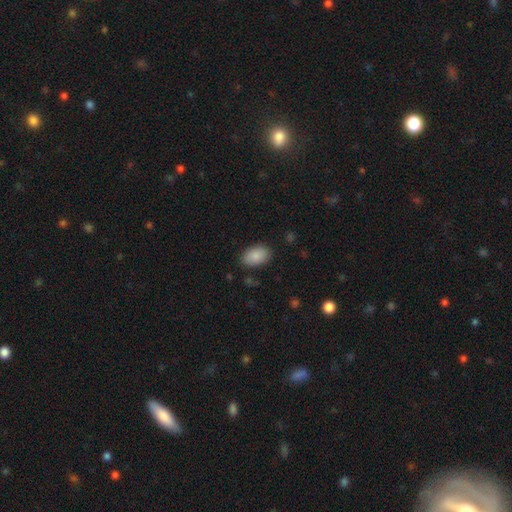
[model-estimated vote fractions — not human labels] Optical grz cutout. It shows a smooth galaxy with no disk features (88%) that is in between round and cigar-shaped (91%). Merging: none (84%).